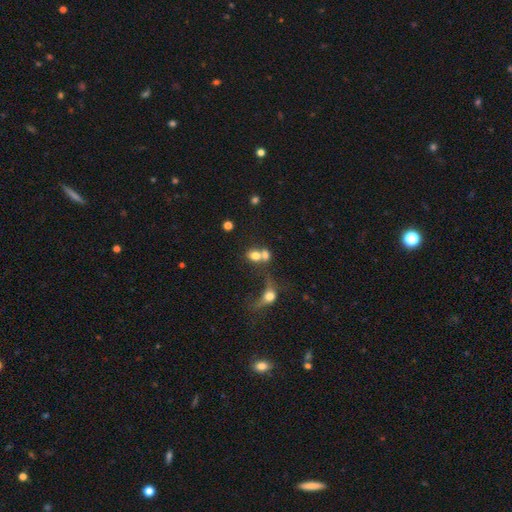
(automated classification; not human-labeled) Smooth or featured? Predicted: smooth (p=0.70). How rounded? Predicted: round (p=0.51). Merging? Predicted: merger (p=0.58).